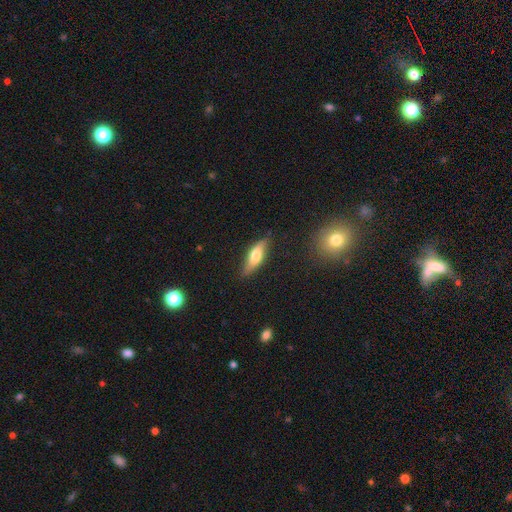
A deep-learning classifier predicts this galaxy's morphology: This is possibly a smooth galaxy (59%). How rounded: possibly in between (50%). Merging: likely none (78%).